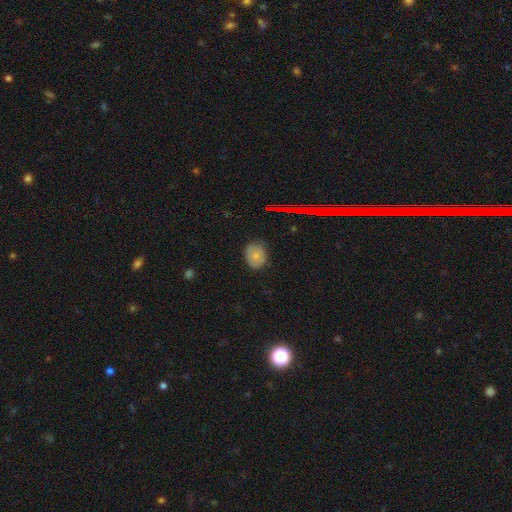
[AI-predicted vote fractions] Overall: smooth (73%). How rounded: in between (56%; round 43%). Merging: none (78%).